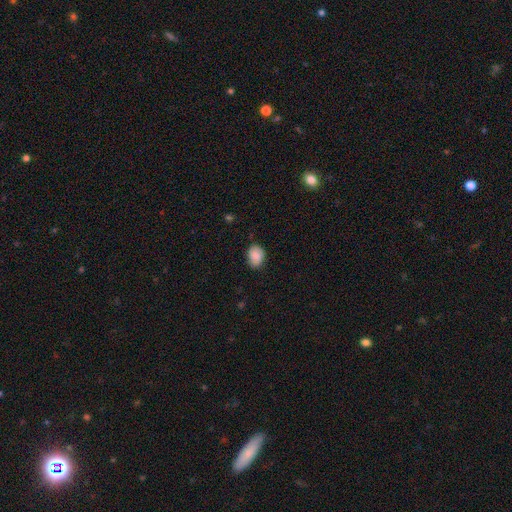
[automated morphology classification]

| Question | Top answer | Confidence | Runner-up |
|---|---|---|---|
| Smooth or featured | smooth | 86% | star or artifact (7%) |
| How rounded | in between | 64% | round (35%) |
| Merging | none | 77% | minor disturbance (19%) |